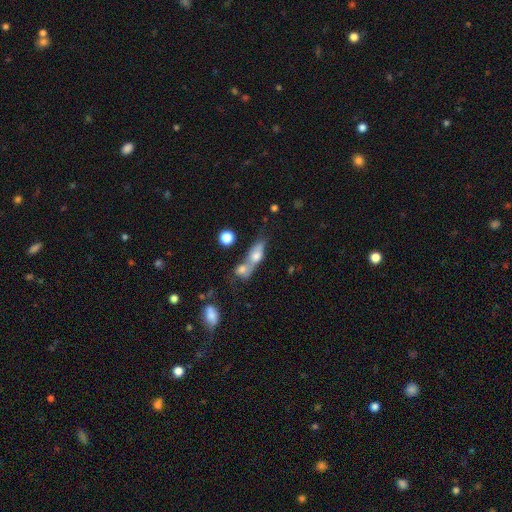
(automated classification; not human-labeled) This is possibly a smooth galaxy (58%). How rounded: possibly in between (55%). Merging: possibly merger (55%).